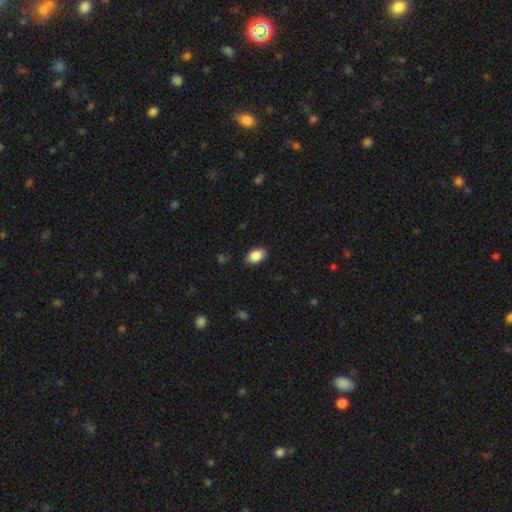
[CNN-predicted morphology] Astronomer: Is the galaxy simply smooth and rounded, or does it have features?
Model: smooth — 87%.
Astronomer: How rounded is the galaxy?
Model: in between — 88%.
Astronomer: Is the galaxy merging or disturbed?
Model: none — 86%.